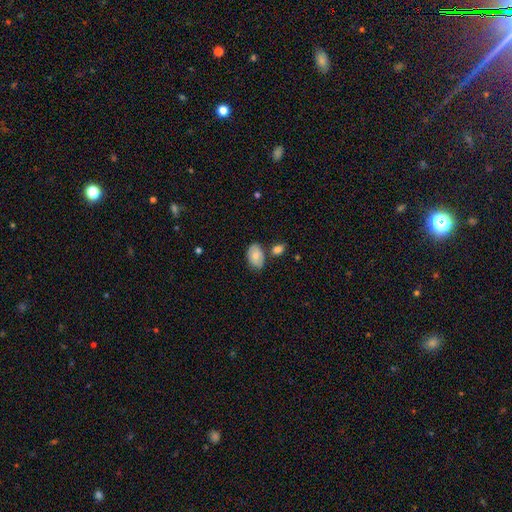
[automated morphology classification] Smooth or featured? smooth (72%)
How rounded? in between (88%)
Merging? none (67%)